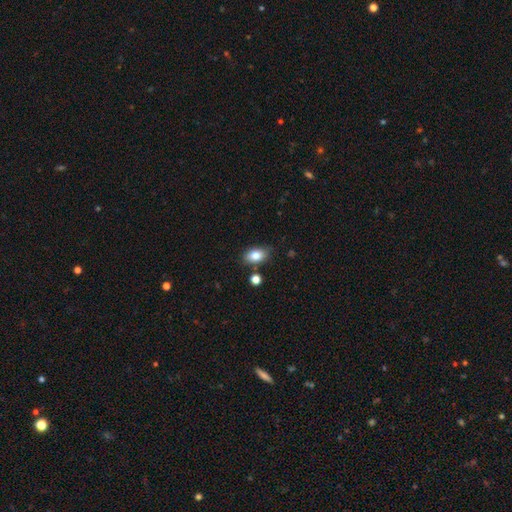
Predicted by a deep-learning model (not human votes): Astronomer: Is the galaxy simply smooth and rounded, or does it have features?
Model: smooth — 82%.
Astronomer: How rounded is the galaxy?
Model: in between — 86%.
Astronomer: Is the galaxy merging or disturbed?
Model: none — 78%.